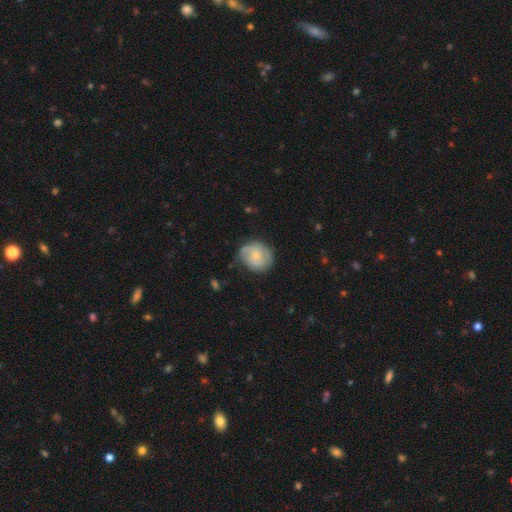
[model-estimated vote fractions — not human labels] A featured or disk galaxy (61%) with no bar (70%), 2 (55%) tight (49%) spiral arms (86%) and a small central bulge (66%). Merging: none (67%).